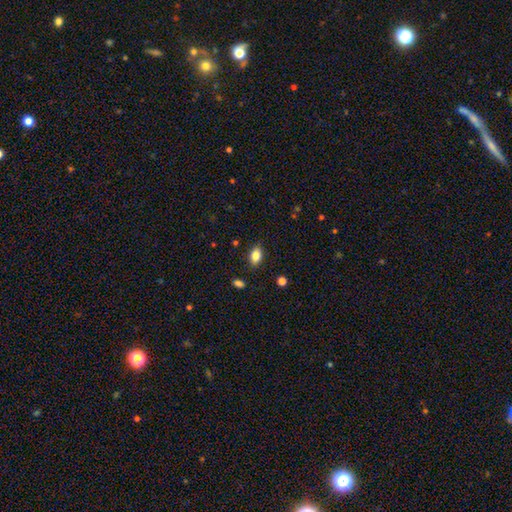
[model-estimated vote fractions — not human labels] Smooth or featured? Predicted: smooth (p=0.84). How rounded? Predicted: in between (p=0.86). Merging? Predicted: none (p=0.87).